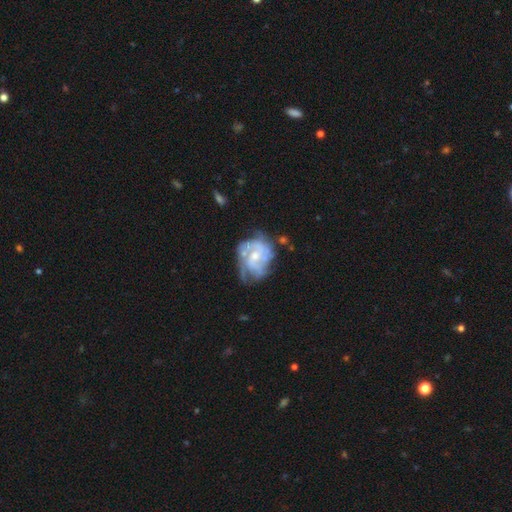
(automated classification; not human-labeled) Smooth or featured? featured or disk (82%)
Edge-on disk? no (98%)
Bar? no (61%)
Spiral arms? yes (88%)
Spiral winding? tight (51%)
Spiral arm count? can't tell (37%)
Bulge size? small (50%)
Merging? none (52%)